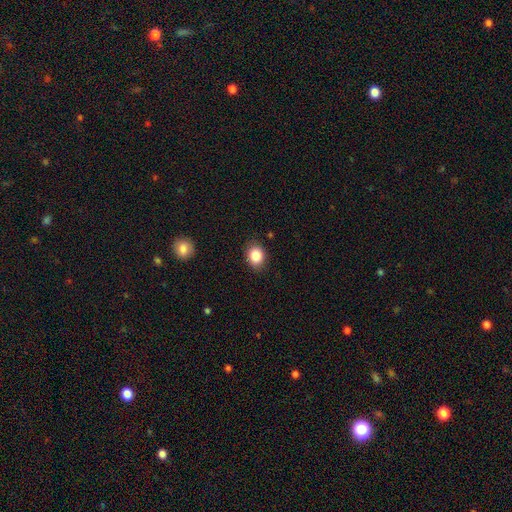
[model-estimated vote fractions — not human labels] smooth 86%, star or artifact 9%, featured or disk 5%. Down the decision tree: how rounded — round (52%); merging — none (85%).